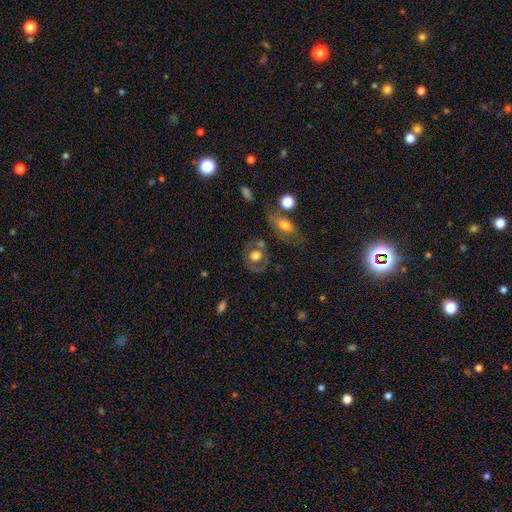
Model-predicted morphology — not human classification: smooth_or_featured: smooth (p=0.54) [alt: featured or disk p=0.37]
how_rounded: round (p=0.67) [alt: in between p=0.32]
merging: none (p=0.61) [alt: minor disturbance p=0.16]